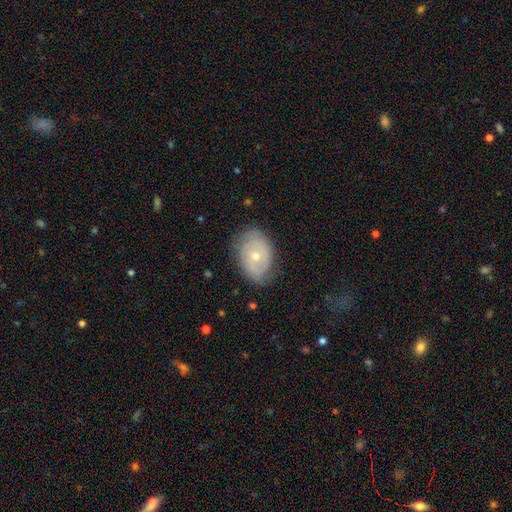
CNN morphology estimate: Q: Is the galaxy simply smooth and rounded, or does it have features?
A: featured or disk — 56%.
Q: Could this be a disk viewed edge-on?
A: no — 94%.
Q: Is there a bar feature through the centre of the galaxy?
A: no — 83%.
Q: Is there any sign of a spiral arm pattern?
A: yes — 63%.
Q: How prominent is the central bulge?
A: small — 56%.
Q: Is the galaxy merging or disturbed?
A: none — 74%.